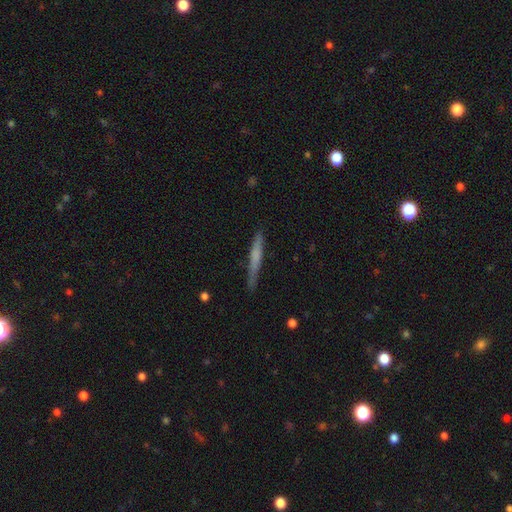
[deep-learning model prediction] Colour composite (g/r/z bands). It shows a smooth galaxy with no disk features (56%) that is cigar-shaped (96%). Merging: none (80%).